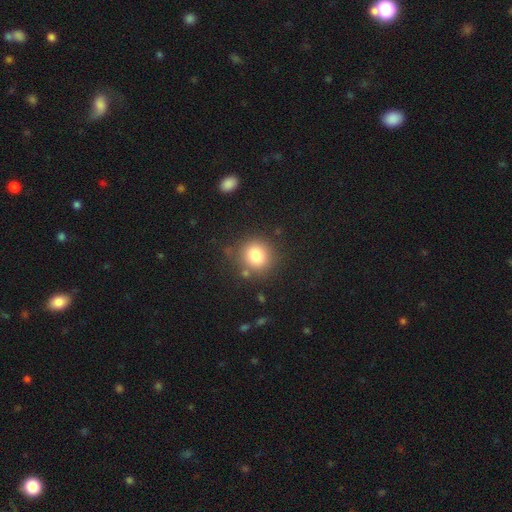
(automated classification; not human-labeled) This is clearly a smooth galaxy (81%). How rounded: clearly round (84%). Merging: clearly none (82%).